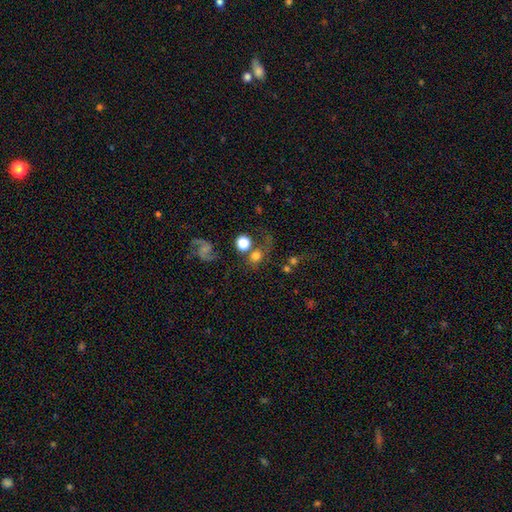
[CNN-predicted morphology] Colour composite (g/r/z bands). It shows a smooth galaxy with no disk features (68%) that is round (80%). Merging: none (51%).